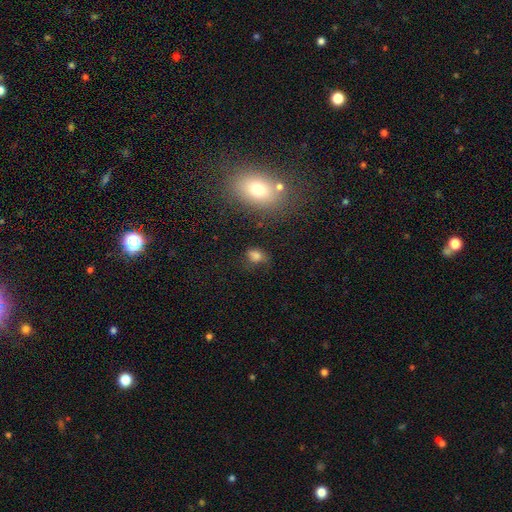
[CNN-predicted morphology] smooth_or_featured: smooth (p=0.74) [alt: star or artifact p=0.16]
how_rounded: in between (p=0.68) [alt: round p=0.30]
merging: none (p=0.49) [alt: minor disturbance p=0.27]